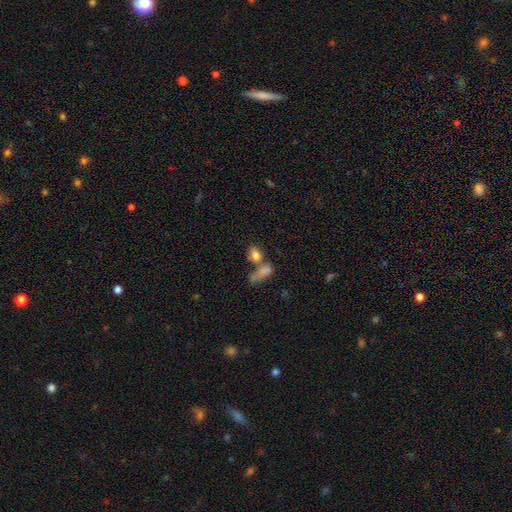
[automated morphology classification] Q: Smooth or featured?
A: smooth (78%); runner-up: featured or disk (12%)
Q: How rounded?
A: in between (69%); runner-up: round (24%)
Q: Merging?
A: merger (44%); runner-up: none (37%)